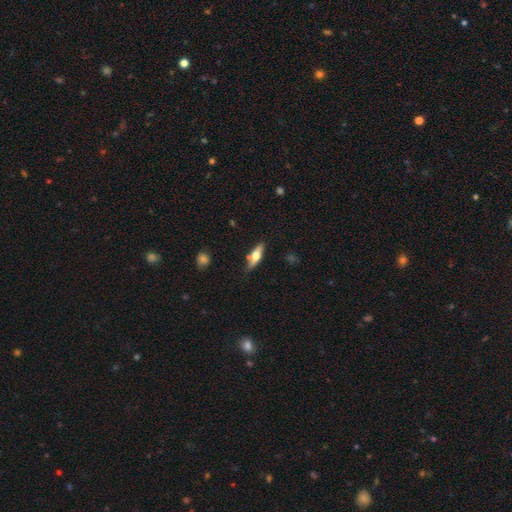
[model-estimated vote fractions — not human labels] Smooth or featured: featured or disk — 51% (smooth — 43%)
Edge-on disk: yes — 90% (no — 10%)
Merging: none — 78% (minor disturbance — 14%)